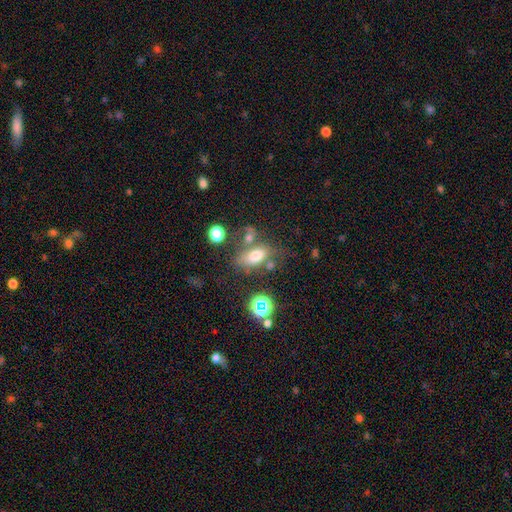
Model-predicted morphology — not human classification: type=smooth (68%); roundness=in between (80%); merging=none (51%).